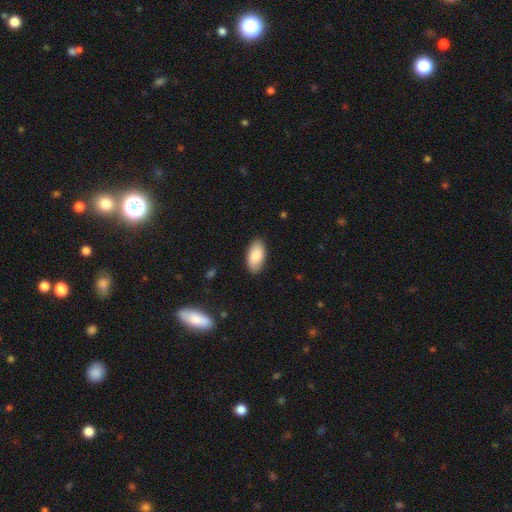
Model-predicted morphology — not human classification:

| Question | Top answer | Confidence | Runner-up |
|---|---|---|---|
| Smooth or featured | smooth | 87% | featured or disk (7%) |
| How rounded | in between | 94% | cigar-shaped (4%) |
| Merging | none | 86% | minor disturbance (11%) |